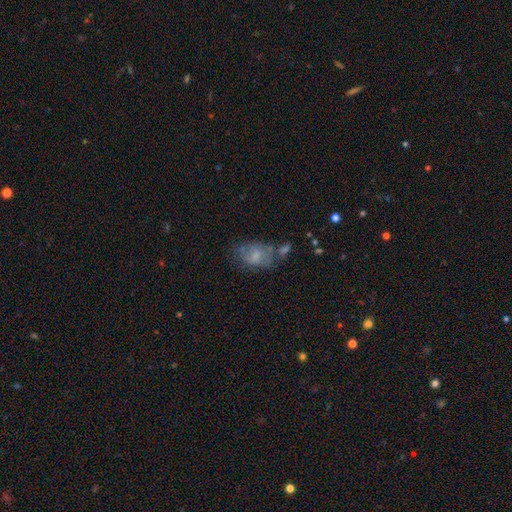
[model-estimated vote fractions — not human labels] Smooth or featured?
  - smooth: 54% *
  - featured or disk: 35%
  - star or artifact: 10%
How rounded?
  - in between: 79% *
  - round: 19%
  - cigar-shaped: 2%
Merging?
  - none: 43% *
  - minor disturbance: 25%
  - merger: 16%
  - major disturbance: 15%